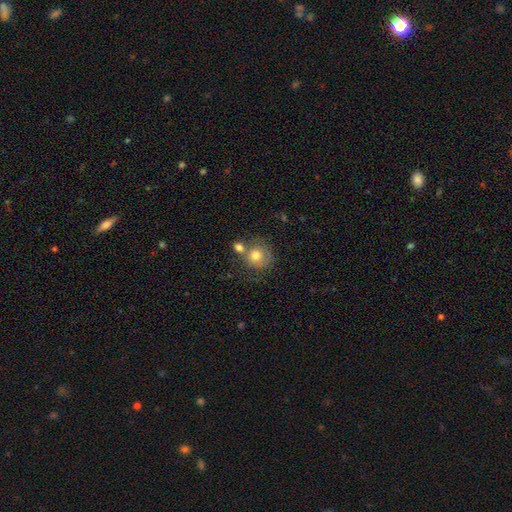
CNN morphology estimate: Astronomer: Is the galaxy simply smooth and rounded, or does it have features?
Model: smooth — 73%.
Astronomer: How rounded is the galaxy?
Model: round — 85%.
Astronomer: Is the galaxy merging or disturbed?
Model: none — 44% (runner-up: merger, 34%).